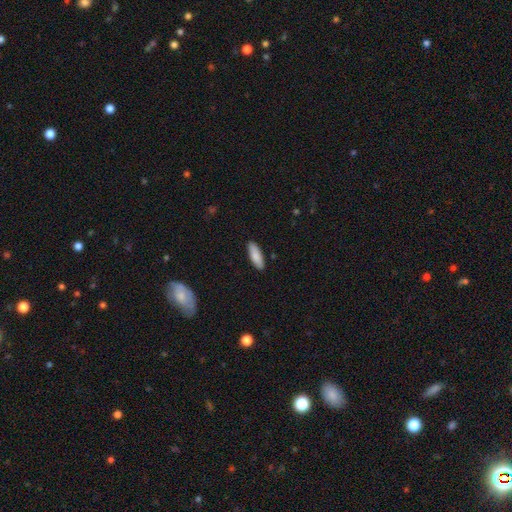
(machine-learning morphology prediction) Smooth or featured? Predicted: smooth (p=0.86). How rounded? Predicted: in between (p=0.58). Merging? Predicted: none (p=0.89).